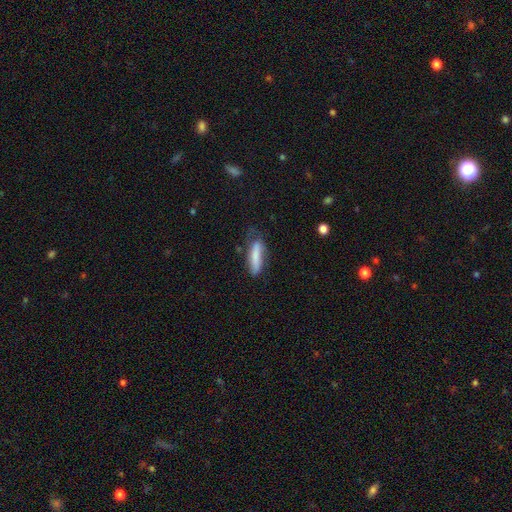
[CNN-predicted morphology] Smooth or featured?
  - smooth: 75% *
  - featured or disk: 18%
  - star or artifact: 6%
How rounded?
  - cigar-shaped: 68% *
  - in between: 31%
  - round: 2%
Merging?
  - none: 52% *
  - minor disturbance: 31%
  - major disturbance: 13%
  - merger: 3%